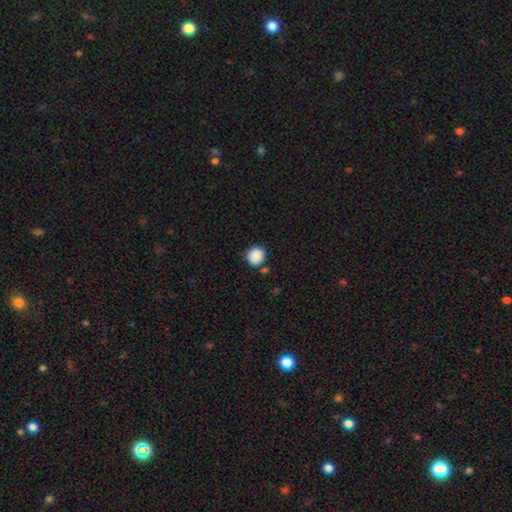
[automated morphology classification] This appears to be a smooth galaxy with no disk features (88%) that is round (81%). Merging: none (76%).